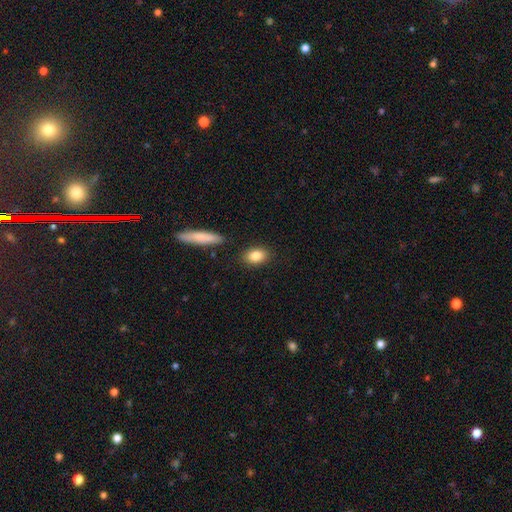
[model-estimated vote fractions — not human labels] Q: Smooth or featured?
A: smooth (85%); runner-up: featured or disk (8%)
Q: How rounded?
A: in between (77%); runner-up: round (19%)
Q: Merging?
A: none (86%); runner-up: minor disturbance (9%)